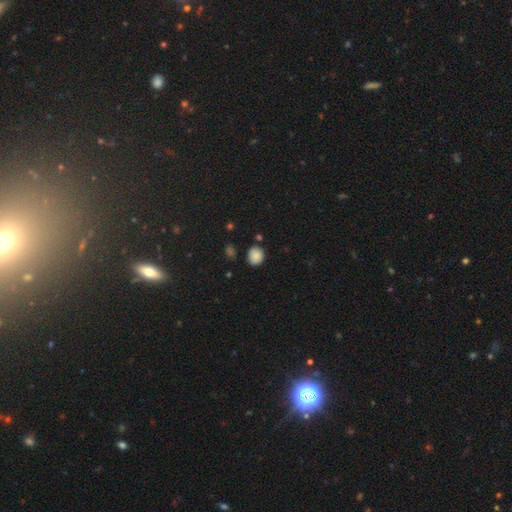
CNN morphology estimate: Smooth or featured? smooth (84%)
How rounded? round (77%)
Merging? none (79%)